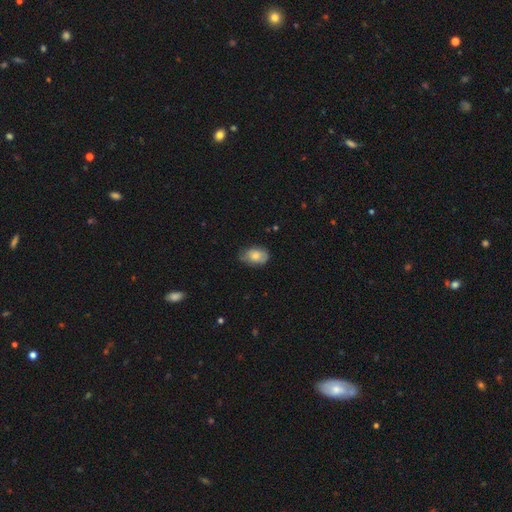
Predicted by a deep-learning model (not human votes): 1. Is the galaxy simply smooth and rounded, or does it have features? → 73% smooth, 19% featured or disk, 7% star or artifact.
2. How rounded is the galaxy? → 84% in between, 15% round, 1% cigar-shaped.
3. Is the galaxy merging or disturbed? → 63% none, 30% minor disturbance, 6% major disturbance, 1% merger.